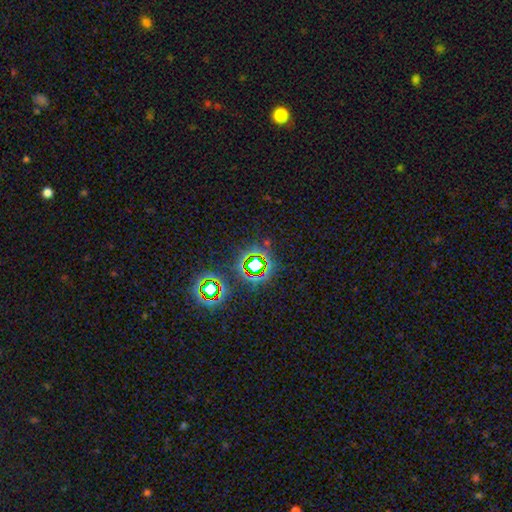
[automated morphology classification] This appears to be a star or artifact, not a galaxy (66%).